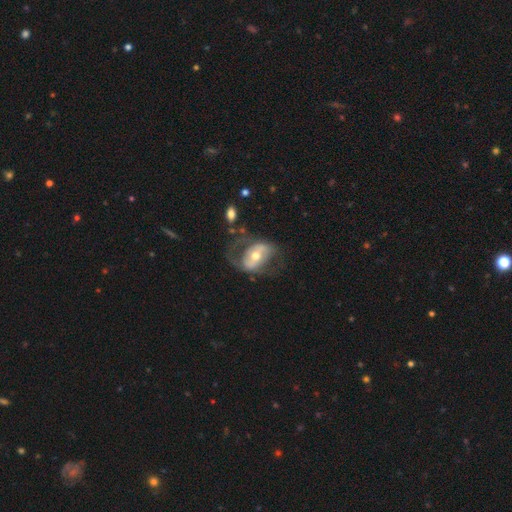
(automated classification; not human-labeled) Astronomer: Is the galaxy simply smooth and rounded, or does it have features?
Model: featured or disk — 70%.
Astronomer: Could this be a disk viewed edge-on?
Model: no — 95%.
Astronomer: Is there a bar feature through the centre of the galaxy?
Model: no — 37% (runner-up: weak, 34%).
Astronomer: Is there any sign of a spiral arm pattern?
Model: yes — 66%.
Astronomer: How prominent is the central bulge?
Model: moderate — 70%.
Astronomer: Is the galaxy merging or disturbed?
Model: none — 47% (runner-up: major disturbance, 29%).